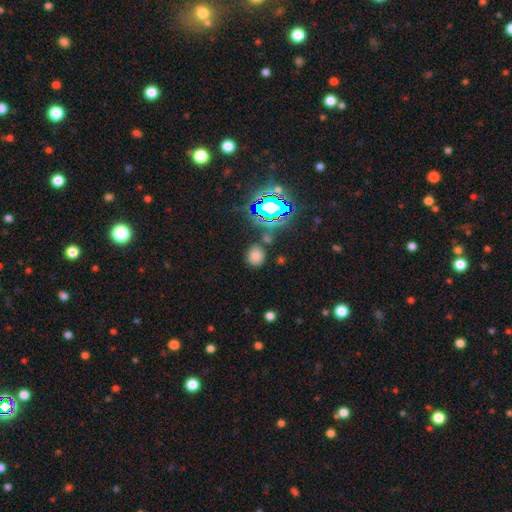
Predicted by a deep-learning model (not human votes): A smooth galaxy with no disk features (68%) that is round (78%). Merging: none (81%).